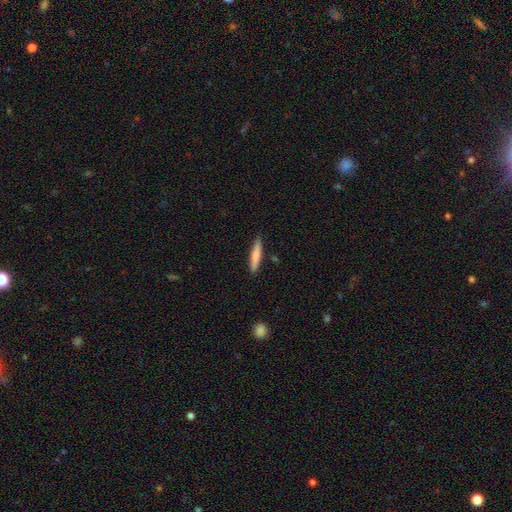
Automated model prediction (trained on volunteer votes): Smooth or featured? Predicted: smooth (p=0.77). How rounded? Predicted: cigar-shaped (p=0.89). Merging? Predicted: none (p=0.87).